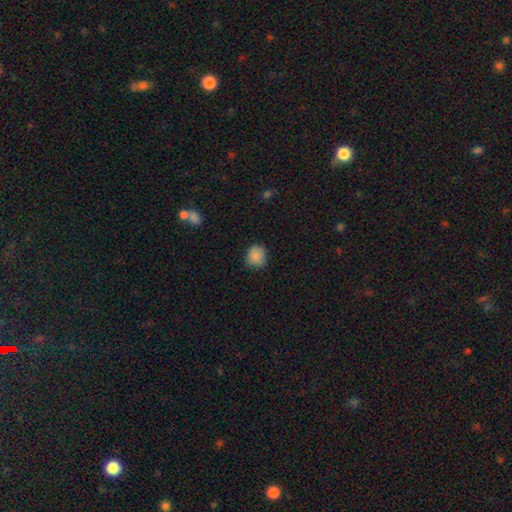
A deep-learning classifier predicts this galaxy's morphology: smooth-or-featured: smooth: 86% | star or artifact: 9% | featured or disk: 5%
  how-rounded: round: 80% | in between: 19% | cigar-shaped: 1%
  merging: none: 76% | minor disturbance: 20% | major disturbance: 3% | merger: 1%